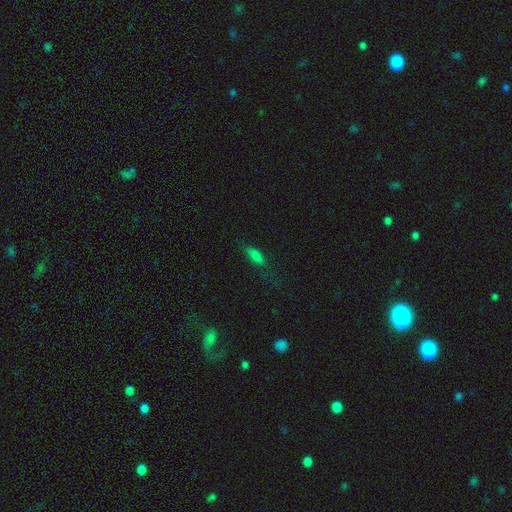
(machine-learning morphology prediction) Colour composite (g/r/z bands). It shows a smooth galaxy with no disk features (74%) that is in between round and cigar-shaped (63%). Merging: none (58%).